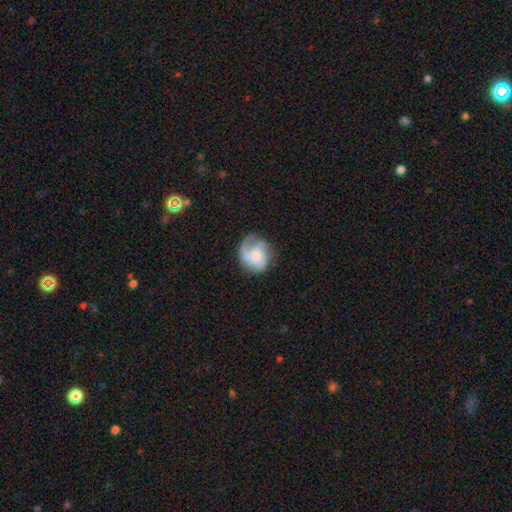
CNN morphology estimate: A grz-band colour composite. It shows a featured or disk galaxy (72%) with no bar (70%), 3 (43%) medium (46%) spiral arms (93%) and a small central bulge (45%). Merging: none (63%).